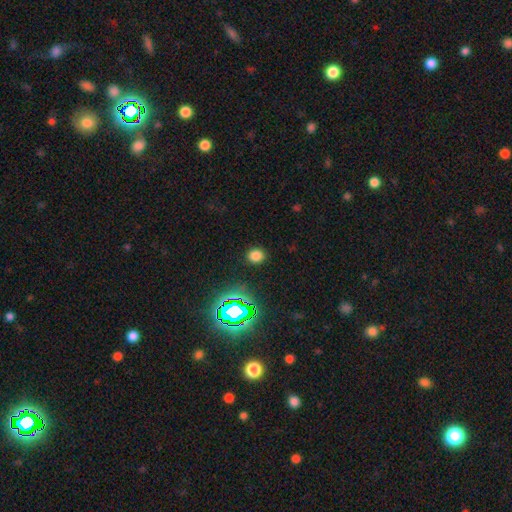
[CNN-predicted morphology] Smooth or featured: smooth — 73% (star or artifact — 21%)
How rounded: round — 68% (in between — 31%)
Merging: none — 88% (minor disturbance — 7%)